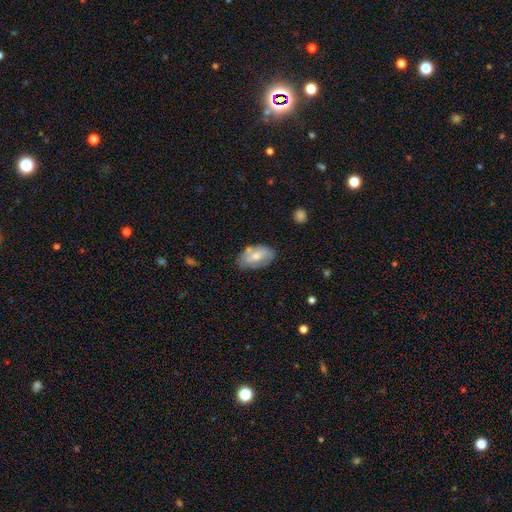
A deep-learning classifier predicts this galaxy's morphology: smooth 58%, featured or disk 36%, star or artifact 7%. Down the decision tree: how rounded — in between (92%); merging — none (63%).